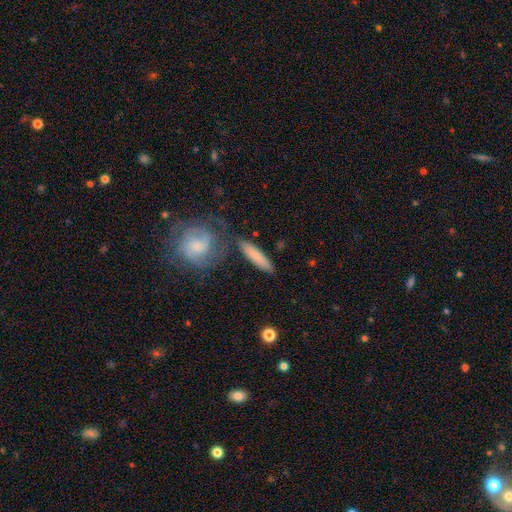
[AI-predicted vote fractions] Q: Smooth or featured?
A: smooth (75%); runner-up: featured or disk (19%)
Q: How rounded?
A: cigar-shaped (76%); runner-up: in between (21%)
Q: Merging?
A: none (76%); runner-up: minor disturbance (12%)